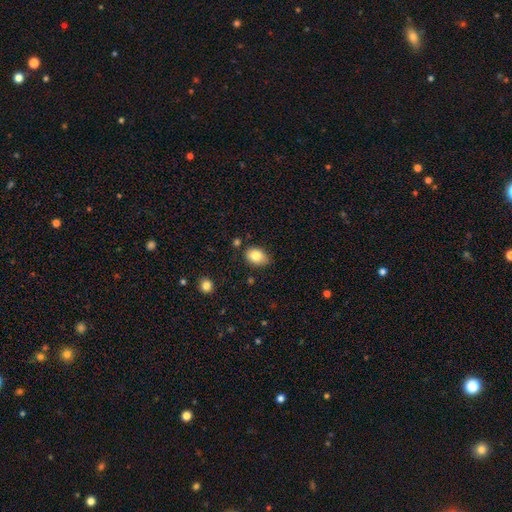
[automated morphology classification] smooth-or-featured: smooth: 83% | star or artifact: 9% | featured or disk: 8%
  how-rounded: in between: 73% | round: 26% | cigar-shaped: 1%
  merging: none: 71% | minor disturbance: 23% | major disturbance: 4% | merger: 3%